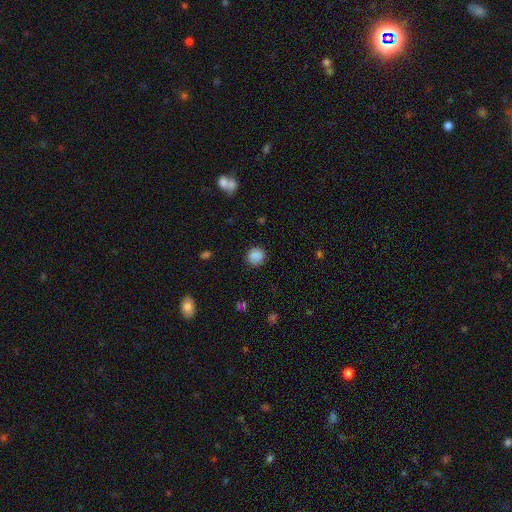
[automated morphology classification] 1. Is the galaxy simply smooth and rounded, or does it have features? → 87% smooth, 10% star or artifact, 3% featured or disk.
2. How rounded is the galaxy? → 89% round, 11% in between, 1% cigar-shaped.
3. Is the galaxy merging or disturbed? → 88% none, 8% minor disturbance, 3% major disturbance, 1% merger.